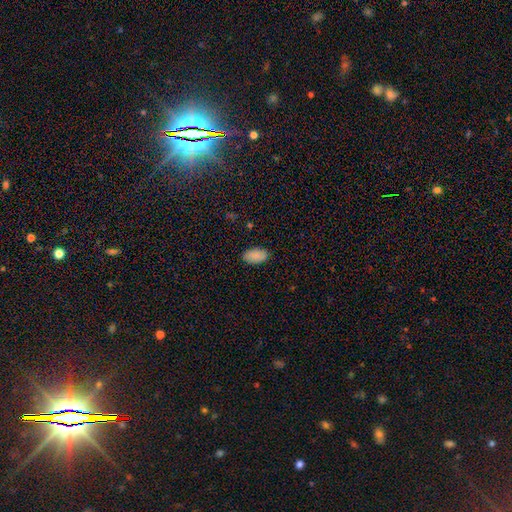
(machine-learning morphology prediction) This appears to be a smooth galaxy with no disk features (88%) that is in between round and cigar-shaped (95%). Merging: none (87%).